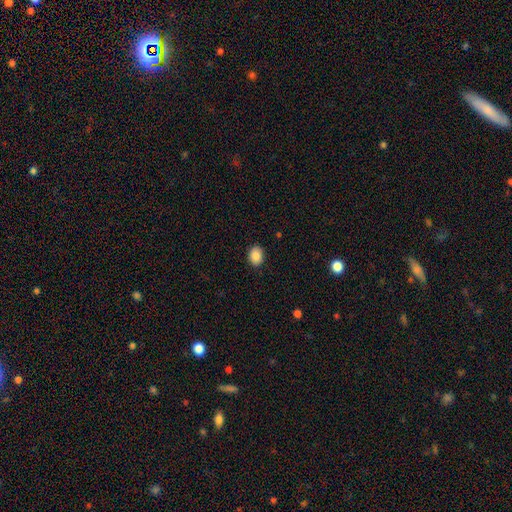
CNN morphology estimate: Smooth or featured?
  - smooth: 87% *
  - star or artifact: 8%
  - featured or disk: 5%
How rounded?
  - in between: 64% *
  - round: 35%
  - cigar-shaped: 1%
Merging?
  - none: 89% *
  - minor disturbance: 8%
  - major disturbance: 2%
  - merger: 1%